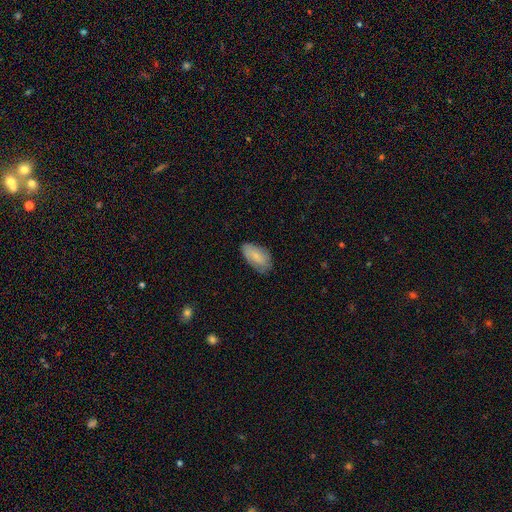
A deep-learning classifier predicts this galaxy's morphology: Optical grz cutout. It shows a smooth galaxy with no disk features (75%) that is in between round and cigar-shaped (94%). Merging: none (71%).